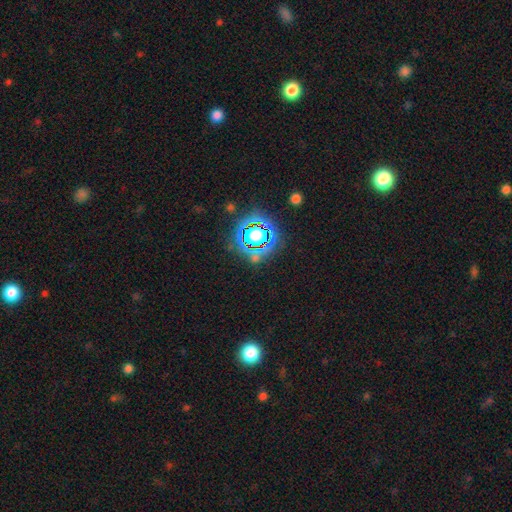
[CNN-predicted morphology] A star or artifact, not a galaxy (75%).